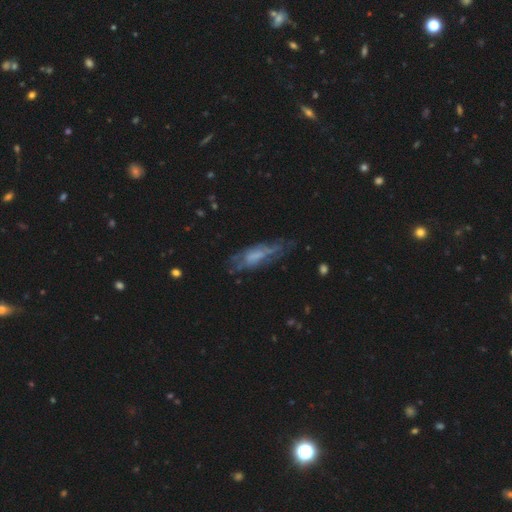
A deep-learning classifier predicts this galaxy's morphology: This is possibly a featured or disk galaxy (56%). It is likely not viewed edge-on (74%). Merging: possibly none (53%).